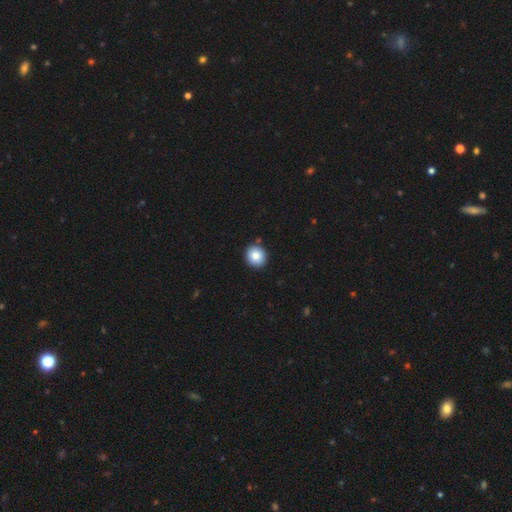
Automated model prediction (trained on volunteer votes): Smooth or featured? smooth (85%)
How rounded? round (83%)
Merging? none (89%)